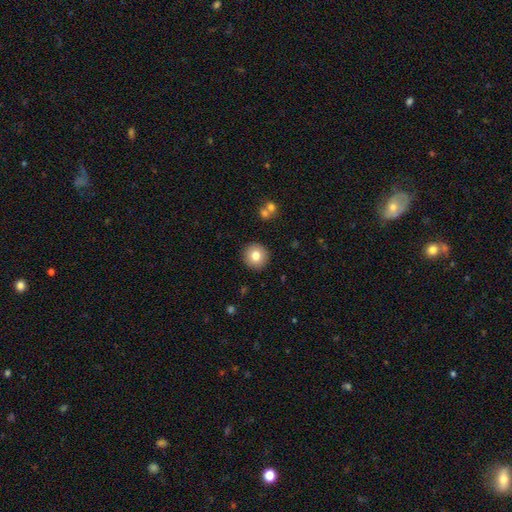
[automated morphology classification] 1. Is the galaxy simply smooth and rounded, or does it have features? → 78% smooth, 12% featured or disk, 10% star or artifact.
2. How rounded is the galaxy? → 94% round, 5% in between, 1% cigar-shaped.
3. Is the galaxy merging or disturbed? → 91% none, 6% minor disturbance, 2% major disturbance, 2% merger.